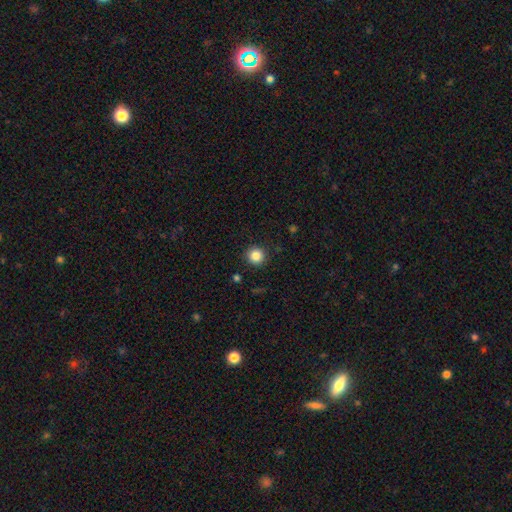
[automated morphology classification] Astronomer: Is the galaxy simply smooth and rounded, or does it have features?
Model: smooth — 85%.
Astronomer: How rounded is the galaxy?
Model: round — 95%.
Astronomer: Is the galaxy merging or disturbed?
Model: none — 91%.